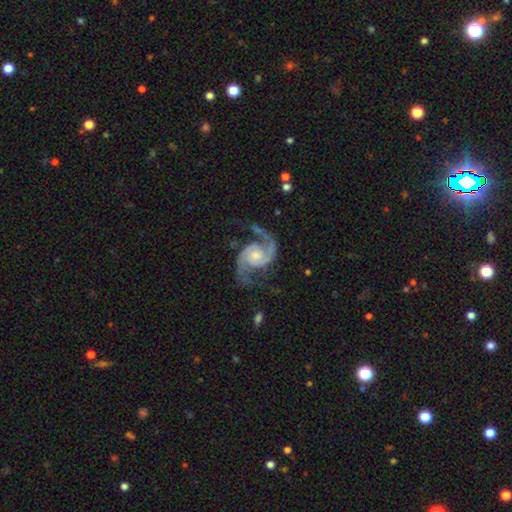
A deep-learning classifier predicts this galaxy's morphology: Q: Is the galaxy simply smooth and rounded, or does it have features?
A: featured or disk — 94%.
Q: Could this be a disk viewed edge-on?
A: no — 98%.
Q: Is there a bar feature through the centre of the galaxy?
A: no — 67%.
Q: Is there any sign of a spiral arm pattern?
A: yes — 99%.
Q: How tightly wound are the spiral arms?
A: medium — 58%.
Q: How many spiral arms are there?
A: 2 — 94%.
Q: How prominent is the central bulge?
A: moderate — 46%.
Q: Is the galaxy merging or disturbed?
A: none — 73%.